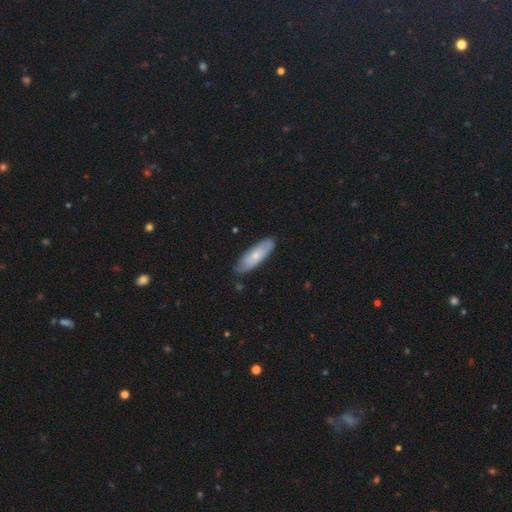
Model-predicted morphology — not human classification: smooth_or_featured: smooth (p=0.65) [alt: featured or disk p=0.29]
how_rounded: in between (p=0.54) [alt: cigar-shaped p=0.44]
merging: none (p=0.80) [alt: minor disturbance p=0.16]